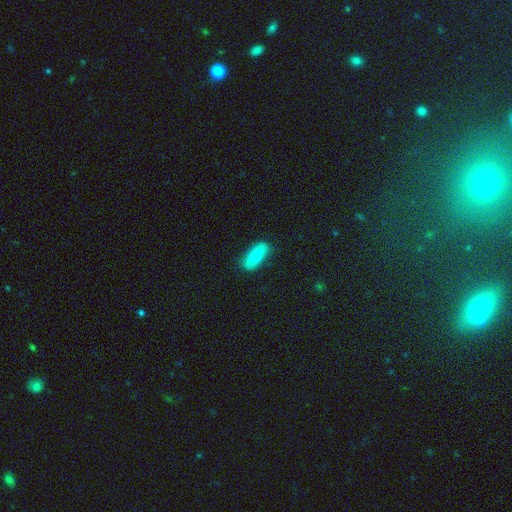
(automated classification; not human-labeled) smooth_or_featured: smooth (p=0.75) [alt: featured or disk p=0.19]
how_rounded: in between (p=0.76) [alt: cigar-shaped p=0.21]
merging: none (p=0.83) [alt: minor disturbance p=0.14]